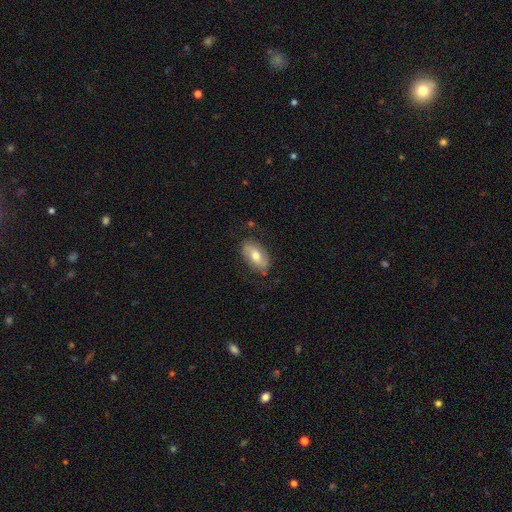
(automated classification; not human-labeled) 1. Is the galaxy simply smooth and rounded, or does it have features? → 50% smooth, 44% featured or disk, 6% star or artifact.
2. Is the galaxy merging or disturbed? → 76% none, 18% minor disturbance, 5% major disturbance, 2% merger.